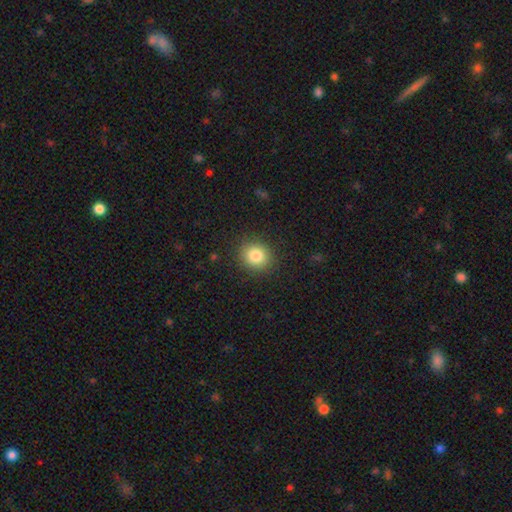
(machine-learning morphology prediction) Overall: smooth (83%). How rounded: round (80%). Merging: none (89%).